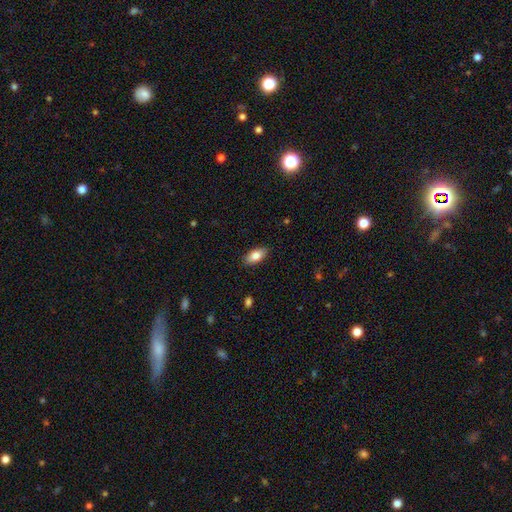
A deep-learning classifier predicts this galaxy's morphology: smooth 81%, featured or disk 13%, star or artifact 7%. Down the decision tree: how rounded — in between (90%); merging — none (88%).